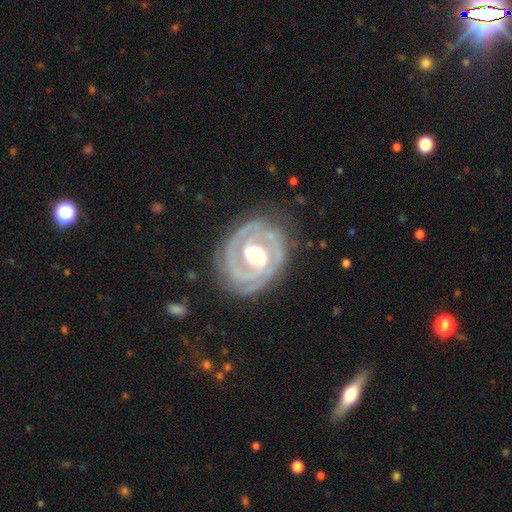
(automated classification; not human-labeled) Morphology: type=featured or disk (89%); edge-on=no (97%); bar=no (49%); spiral arms=yes (94%); winding=tight (69%); arm count=2 (59%); bulge=moderate (69%); merging=none (76%).